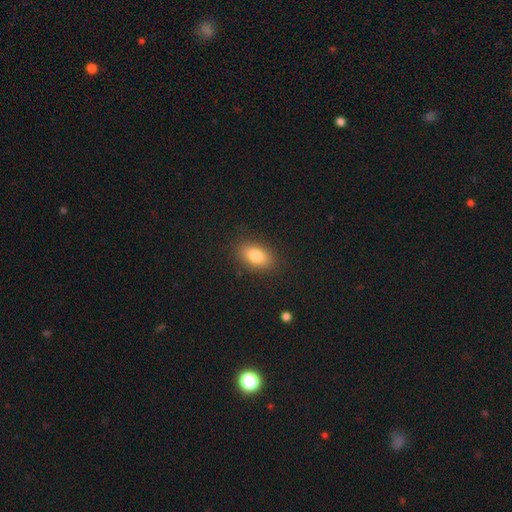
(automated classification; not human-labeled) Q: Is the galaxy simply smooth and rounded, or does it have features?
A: smooth — 82%.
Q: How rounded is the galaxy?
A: in between — 88%.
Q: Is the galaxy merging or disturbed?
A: none — 87%.